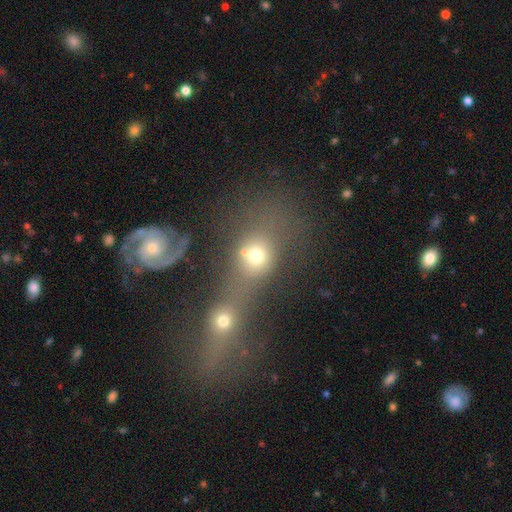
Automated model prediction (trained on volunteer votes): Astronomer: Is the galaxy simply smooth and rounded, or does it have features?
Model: smooth — 65%.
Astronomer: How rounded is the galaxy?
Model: round — 59% (runner-up: in between, 38%).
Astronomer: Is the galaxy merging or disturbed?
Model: merger — 63%.